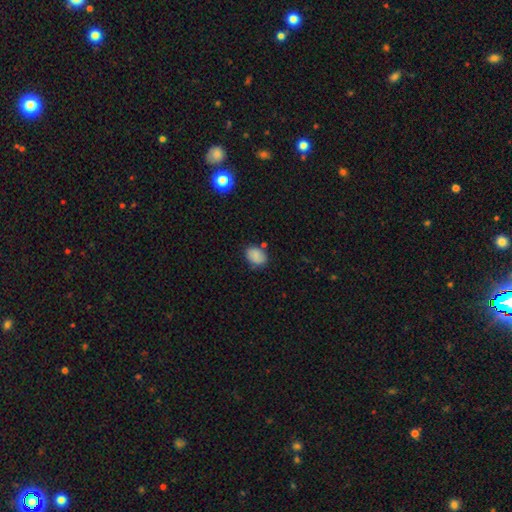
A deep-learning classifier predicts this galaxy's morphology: A smooth galaxy with no disk features (80%) that is in between round and cigar-shaped (69%). Merging: none (74%).